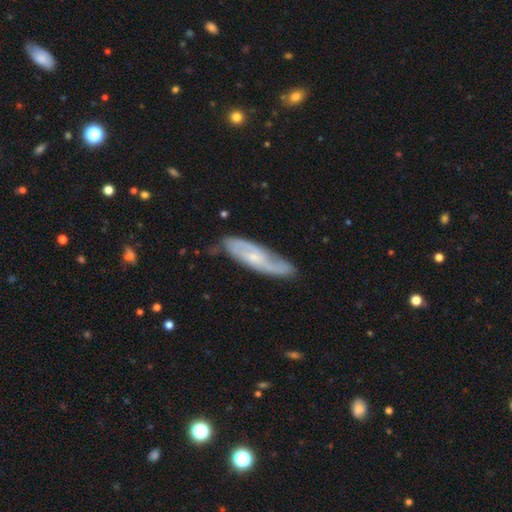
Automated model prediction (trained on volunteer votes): A featured or disk galaxy (70%) with no bar (60%), spiral arms (90%) and a small central bulge (62%).

Vote fractions:
- Smooth or featured? featured or disk: 70% / smooth: 21% / star or artifact: 9%
- Edge-on disk? no: 73% / yes: 27%
- Bar? no: 60% / weak: 32% / strong: 8%
- Spiral arms? yes: 90% / no: 10%
- Bulge size? small: 62% / moderate: 28% / none: 7% / large: 2% / dominant: 1%
- Merging? none: 77% / minor disturbance: 17% / major disturbance: 4% / merger: 2%